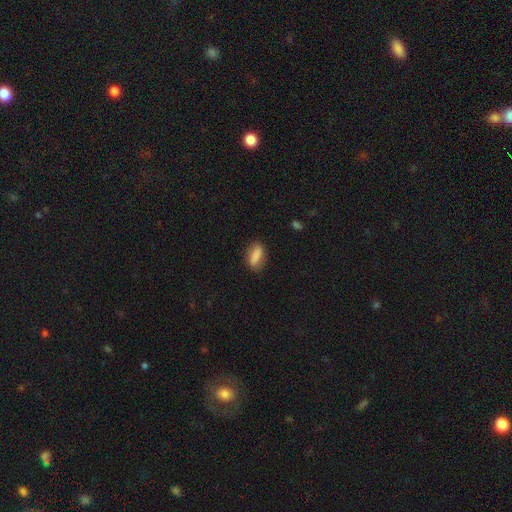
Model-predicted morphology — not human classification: This is clearly a smooth galaxy (82%). How rounded: likely in between (71%). Merging: clearly none (80%).